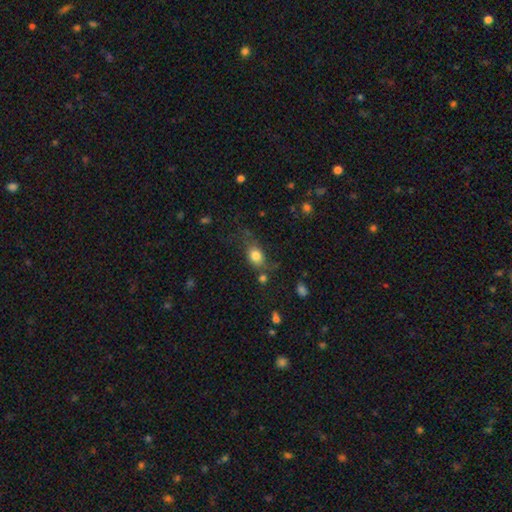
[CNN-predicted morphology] smooth 79%, featured or disk 11%, star or artifact 10%. Down the decision tree: how rounded — in between (64%); merging — none (57%).